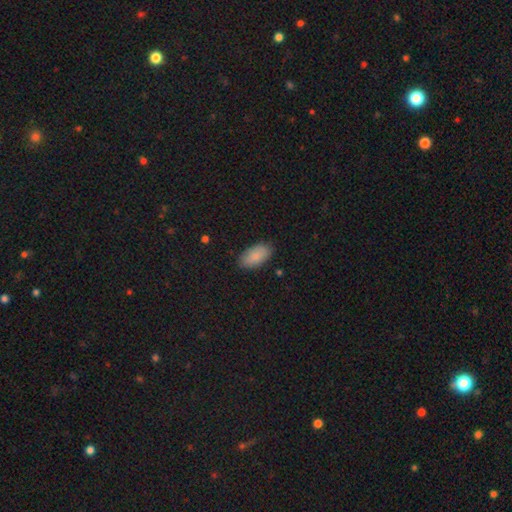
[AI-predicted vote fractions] Overall: smooth (88%). How rounded: in between (94%). Merging: none (86%).